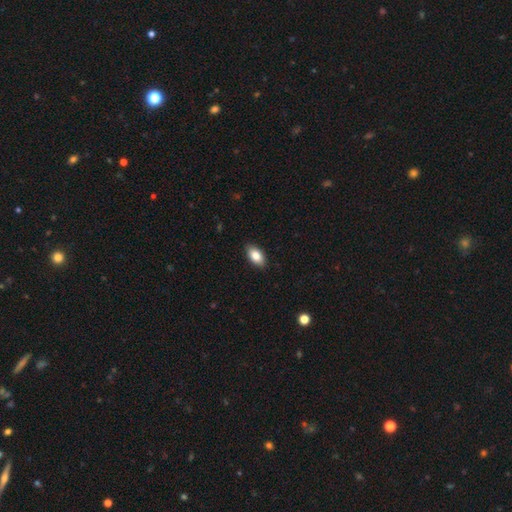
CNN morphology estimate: Overall: smooth (85%). How rounded: in between (93%). Merging: none (89%).